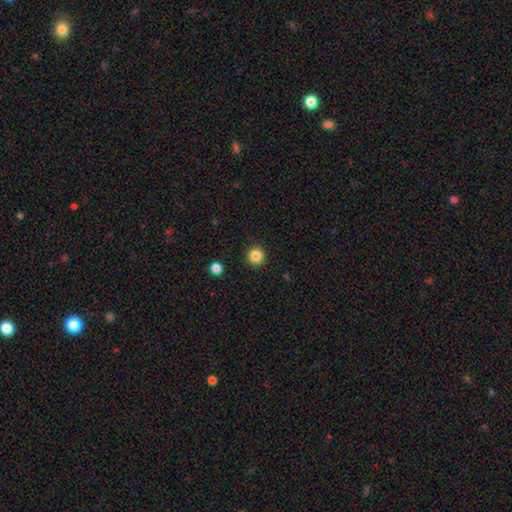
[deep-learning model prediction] Q: Smooth or featured?
A: smooth (85%); runner-up: star or artifact (11%)
Q: How rounded?
A: round (95%); runner-up: in between (4%)
Q: Merging?
A: none (93%); runner-up: minor disturbance (5%)